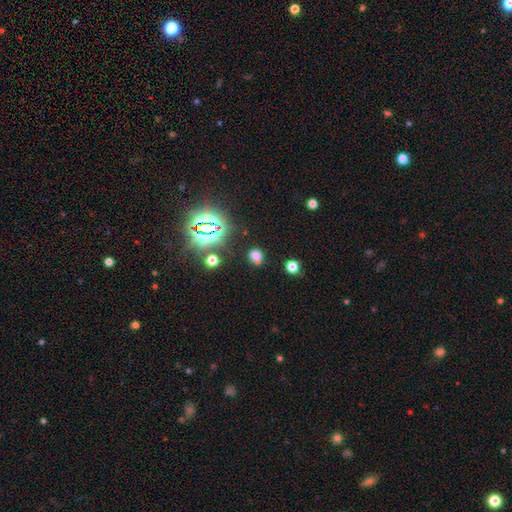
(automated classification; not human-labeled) Smooth or featured? smooth (61%)
How rounded? round (64%)
Merging? none (65%)